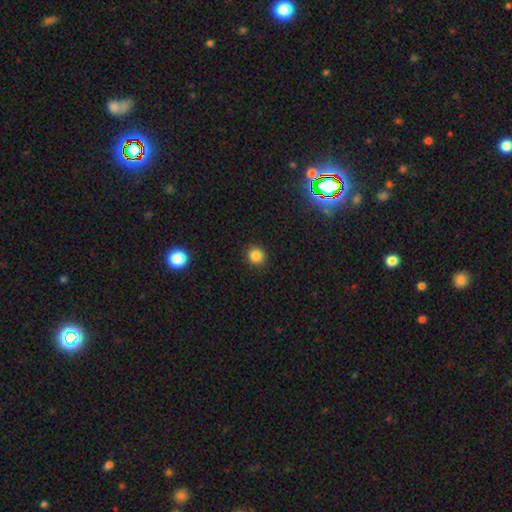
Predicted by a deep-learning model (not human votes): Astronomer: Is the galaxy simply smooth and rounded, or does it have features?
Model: smooth — 84%.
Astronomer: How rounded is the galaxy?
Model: round — 89%.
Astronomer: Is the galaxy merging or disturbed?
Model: none — 91%.